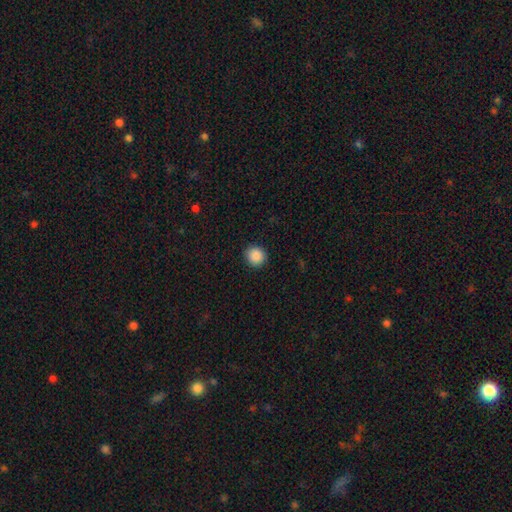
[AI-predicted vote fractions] A smooth galaxy with no disk features (89%) that is round (93%). Merging: none (92%).